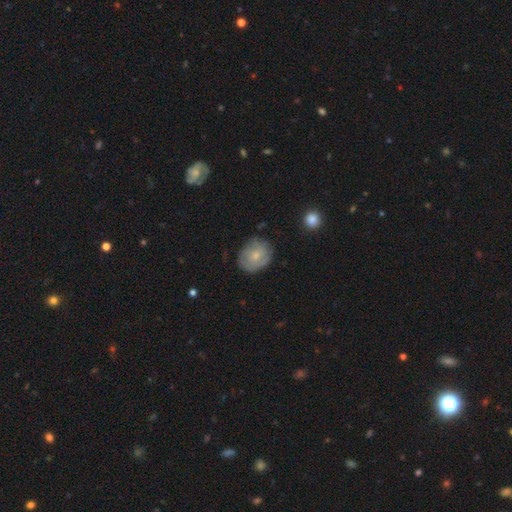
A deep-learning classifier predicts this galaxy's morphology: Smooth or featured?
  - smooth: 56% *
  - featured or disk: 37%
  - star or artifact: 7%
How rounded?
  - round: 63% *
  - in between: 36%
  - cigar-shaped: 1%
Merging?
  - none: 70% *
  - minor disturbance: 23%
  - major disturbance: 6%
  - merger: 1%